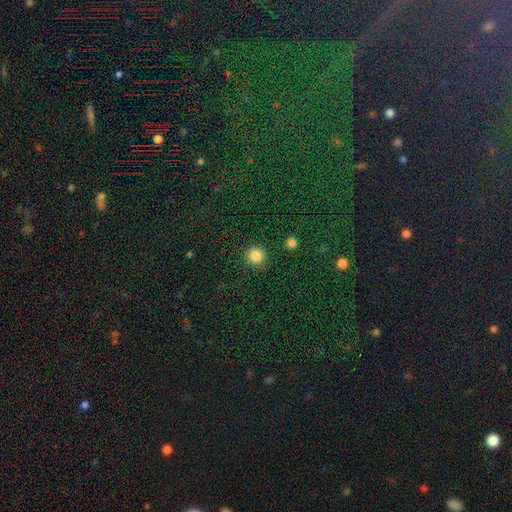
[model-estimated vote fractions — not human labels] Smooth or featured? smooth (85%)
How rounded? round (95%)
Merging? none (89%)